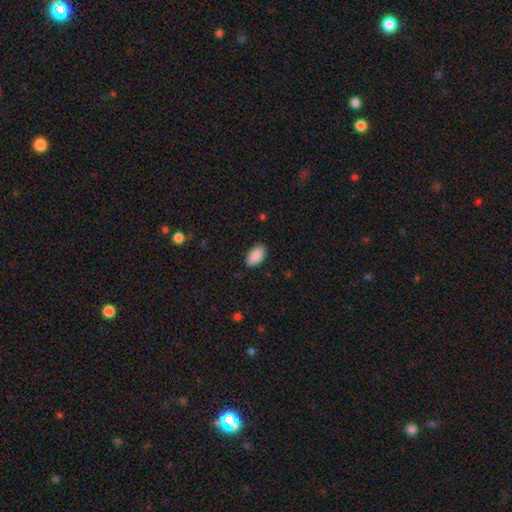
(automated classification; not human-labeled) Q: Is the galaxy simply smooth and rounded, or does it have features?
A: smooth — 90%.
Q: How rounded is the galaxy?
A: in between — 95%.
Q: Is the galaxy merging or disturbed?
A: none — 87%.